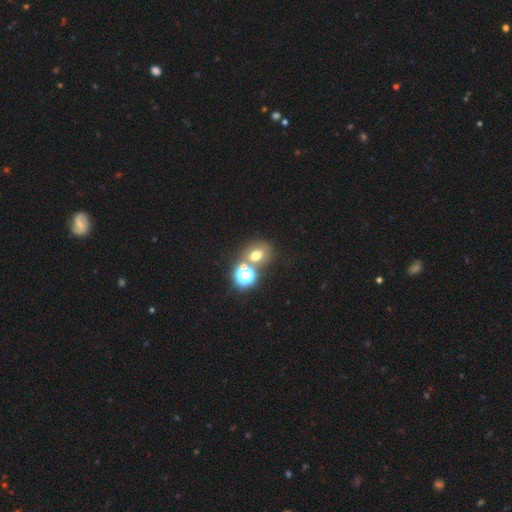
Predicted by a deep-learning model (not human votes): Smooth or featured? Predicted: smooth (p=0.59). How rounded? Predicted: round (p=0.57). Merging? Predicted: none (p=0.57).